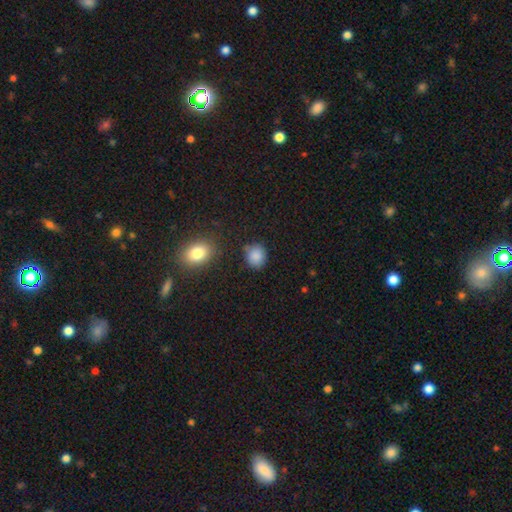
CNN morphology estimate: Smooth or featured: smooth — 86% (star or artifact — 9%)
How rounded: round — 77% (in between — 22%)
Merging: none — 77% (minor disturbance — 16%)